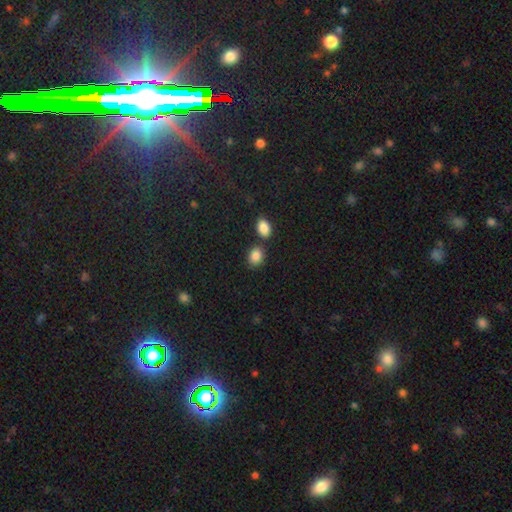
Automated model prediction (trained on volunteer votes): Smooth or featured? Predicted: smooth (p=0.87). How rounded? Predicted: in between (p=0.63). Merging? Predicted: none (p=0.69).